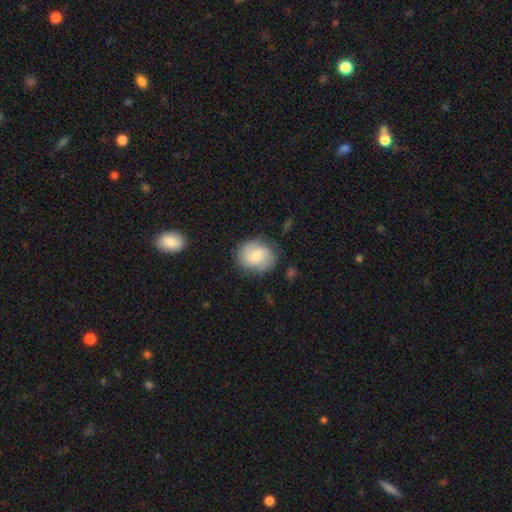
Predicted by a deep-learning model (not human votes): Morphology: type=featured or disk (48%); merging=none (76%).